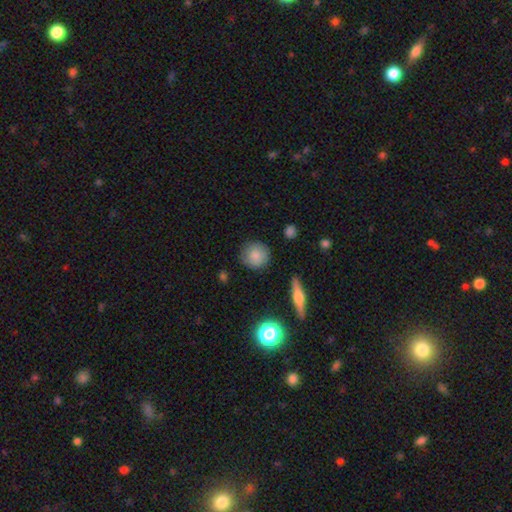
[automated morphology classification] Overall: smooth (83%). How rounded: round (91%). Merging: none (85%).